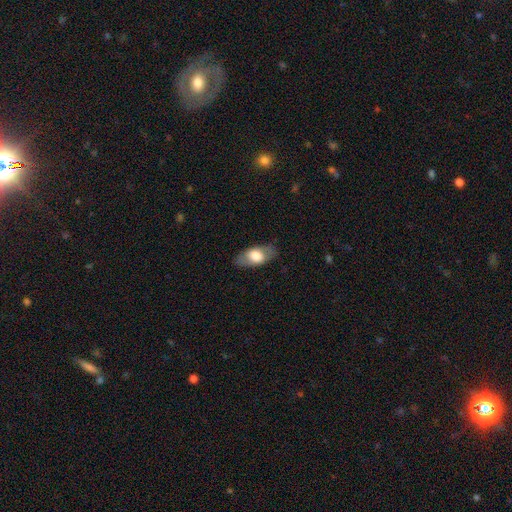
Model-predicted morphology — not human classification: This appears to be a smooth galaxy with no disk features (63%) that is in between round and cigar-shaped (89%). Merging: none (81%).